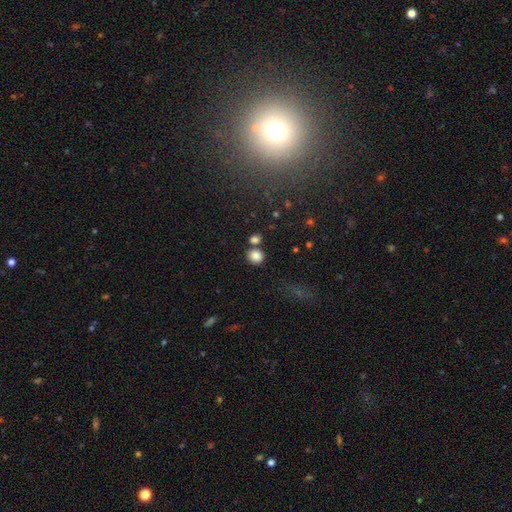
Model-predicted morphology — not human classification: This is clearly a smooth galaxy (85%). How rounded: likely round (78%). Merging: likely none (68%).